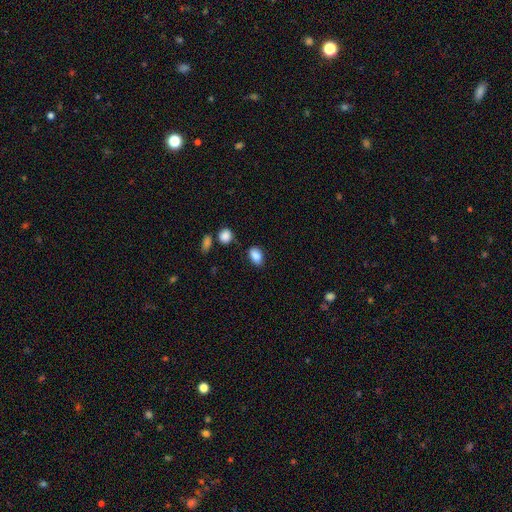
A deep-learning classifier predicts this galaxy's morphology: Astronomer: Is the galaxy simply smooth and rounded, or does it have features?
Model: smooth — 87%.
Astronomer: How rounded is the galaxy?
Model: in between — 85%.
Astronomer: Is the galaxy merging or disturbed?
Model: none — 78%.